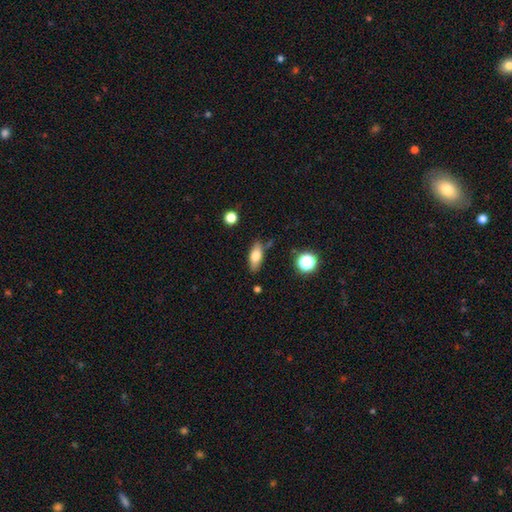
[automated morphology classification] This appears to be a smooth galaxy with no disk features (72%) that is in between round and cigar-shaped (75%). Merging: none (79%).